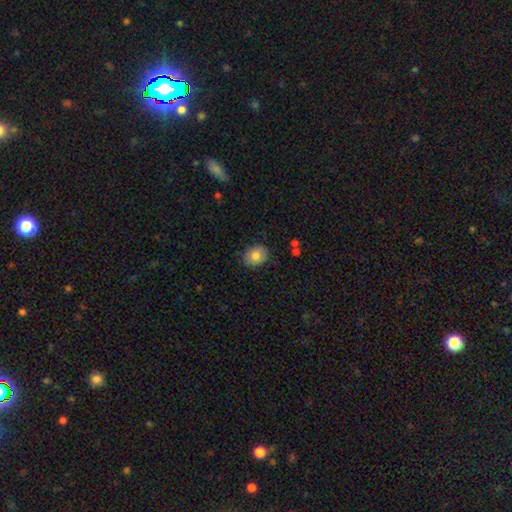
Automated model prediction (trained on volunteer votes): smooth 81%, featured or disk 11%, star or artifact 8%. Down the decision tree: how rounded — round (51%); merging — none (84%).